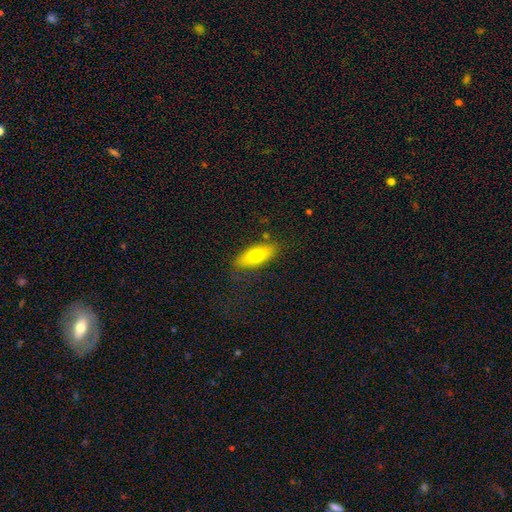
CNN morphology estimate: Overall: smooth (70%). How rounded: in between (75%). Merging: none (80%).